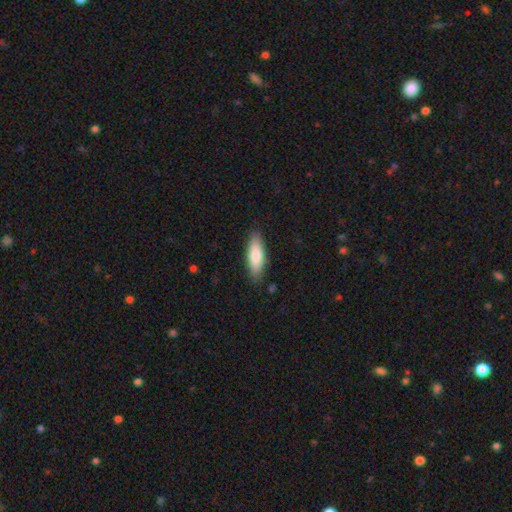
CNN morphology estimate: The model was most divided on "how rounded": in between: 59%, cigar-shaped: 39%, round: 2%. More confident: merging — none (87%); smooth or featured — smooth (80%).